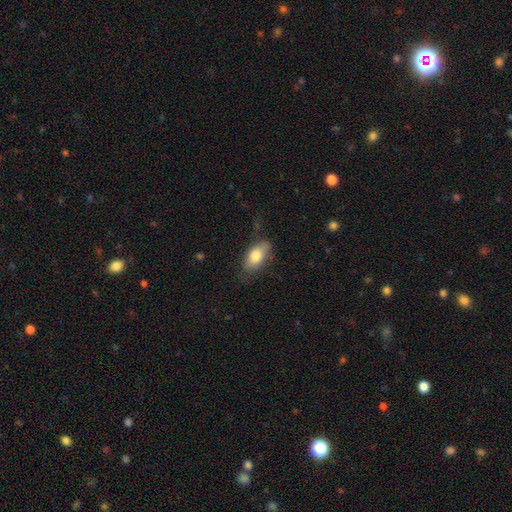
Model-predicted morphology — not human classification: Overall: smooth (78%). How rounded: in between (90%). Merging: none (70%).